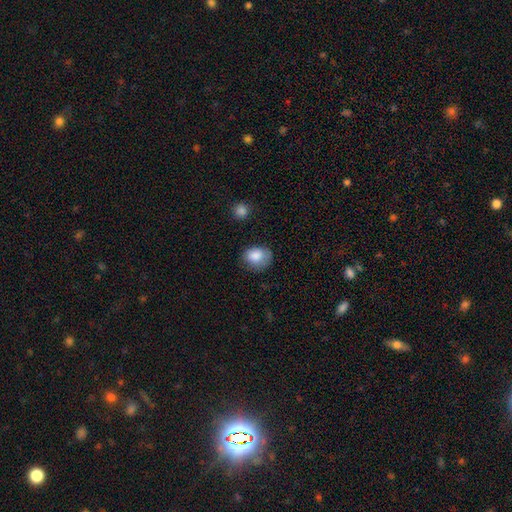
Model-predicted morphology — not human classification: A smooth galaxy with no disk features (84%) that is in between round and cigar-shaped (56%).

Vote fractions:
- Smooth or featured? smooth: 84% / star or artifact: 8% / featured or disk: 8%
- How rounded? in between: 56% / round: 43% / cigar-shaped: 1%
- Merging? none: 57% / minor disturbance: 30% / major disturbance: 10% / merger: 2%